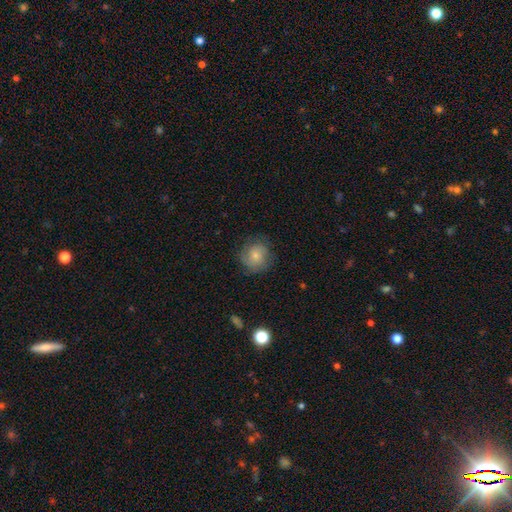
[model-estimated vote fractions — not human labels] This appears to be a smooth galaxy with no disk features (64%) that is round (87%). Merging: none (75%).